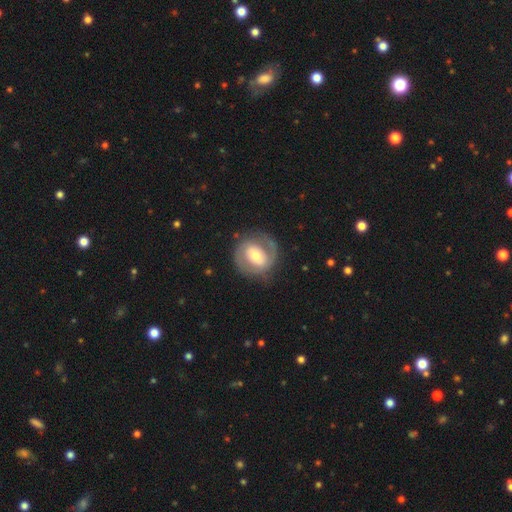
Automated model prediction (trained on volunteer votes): This appears to be a featured or disk galaxy (70%) with a weak bar (40%), 2 (82%) medium (44%) spiral arms (76%) and a moderate central bulge (63%). Merging: none (78%).